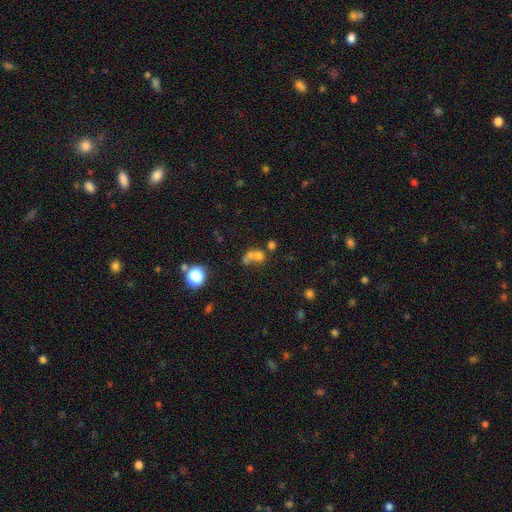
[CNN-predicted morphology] This is possibly a smooth galaxy (59%). How rounded: likely round (68%). Merging: possibly merger (58%).